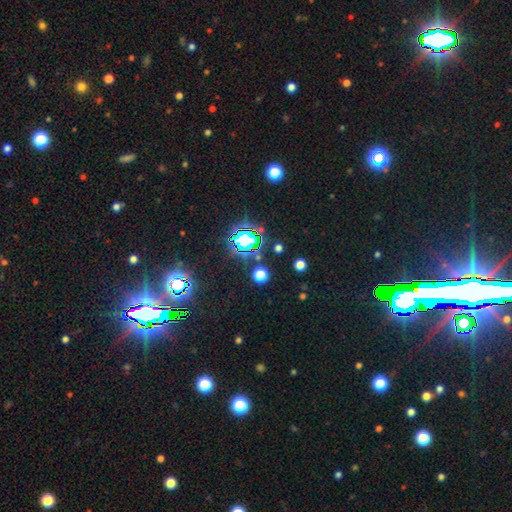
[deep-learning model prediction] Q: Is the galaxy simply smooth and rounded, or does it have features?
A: star or artifact — 76%.